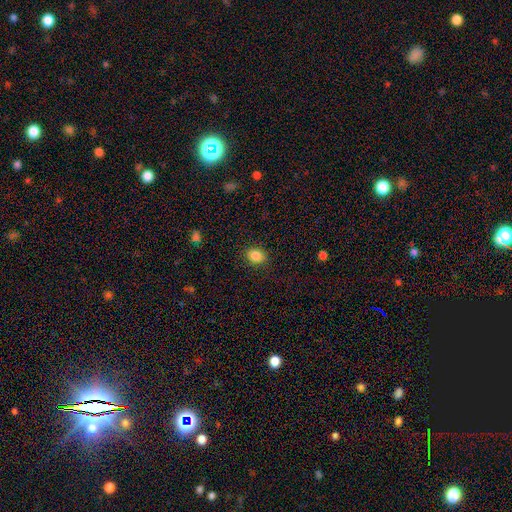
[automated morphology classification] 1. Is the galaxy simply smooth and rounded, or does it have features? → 85% smooth, 10% star or artifact, 5% featured or disk.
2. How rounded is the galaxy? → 51% in between, 48% round, 1% cigar-shaped.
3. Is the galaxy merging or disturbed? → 87% none, 9% minor disturbance, 3% major disturbance, 1% merger.